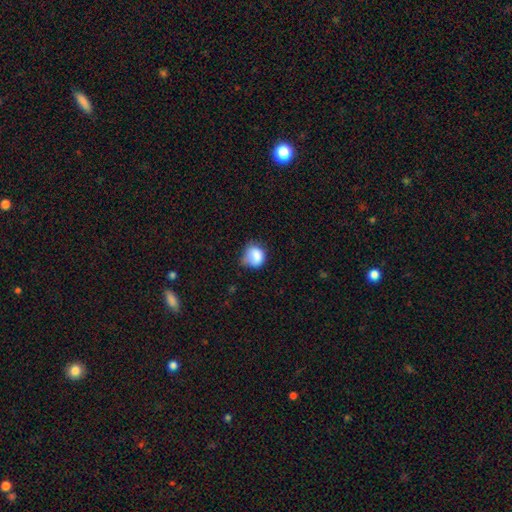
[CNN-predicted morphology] A smooth galaxy with no disk features (83%) that is round (71%). Merging: minor disturbance (40%, tied with none).